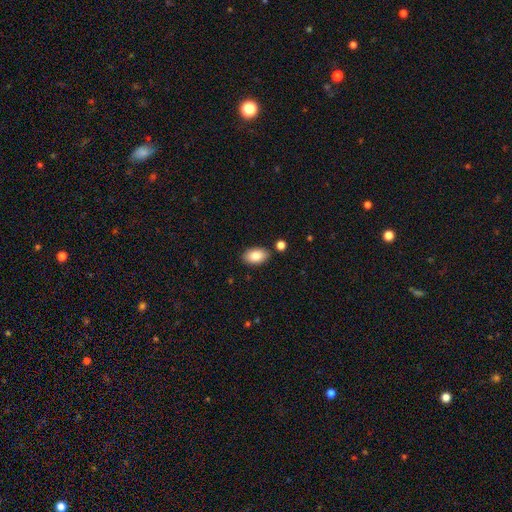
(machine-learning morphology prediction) smooth_or_featured: smooth (p=0.85) [alt: featured or disk p=0.08]
how_rounded: in between (p=0.93) [alt: round p=0.06]
merging: none (p=0.84) [alt: minor disturbance p=0.10]